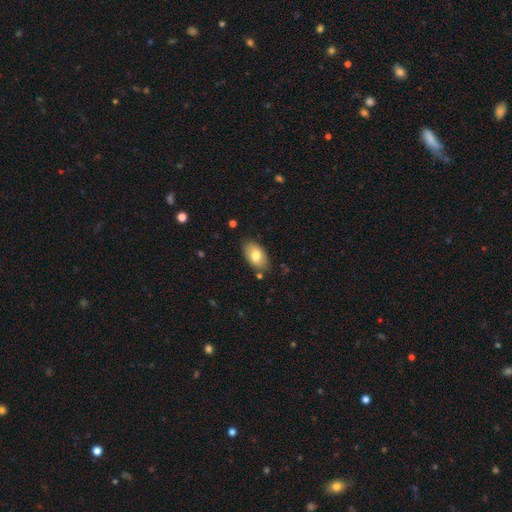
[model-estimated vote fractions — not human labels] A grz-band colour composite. It shows a smooth galaxy with no disk features (79%) that is in between round and cigar-shaped (93%). Merging: none (82%).